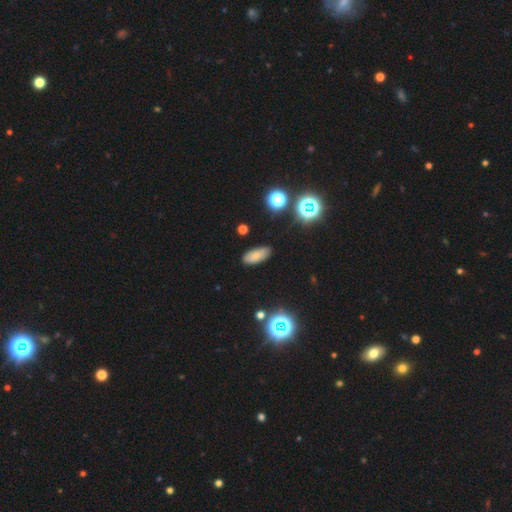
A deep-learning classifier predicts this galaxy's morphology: This is likely a smooth galaxy (75%). How rounded: clearly in between (84%). Merging: clearly none (84%).